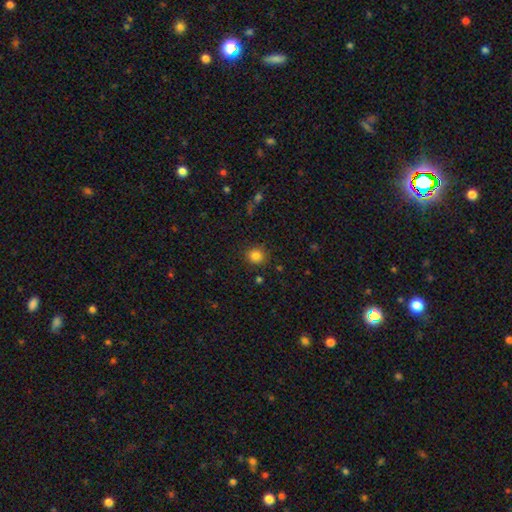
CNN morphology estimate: type=smooth (84%); roundness=round (84%); merging=none (85%).